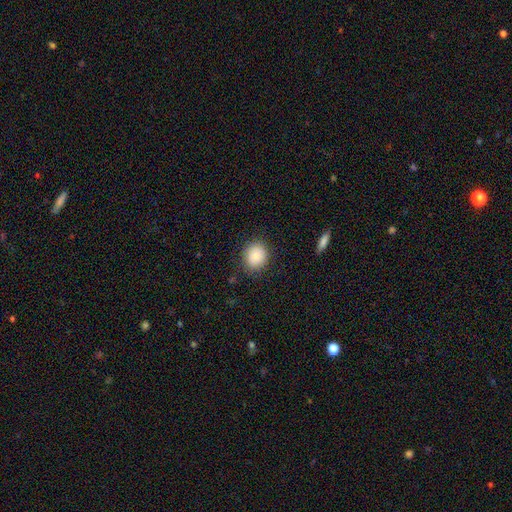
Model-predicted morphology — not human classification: smooth_or_featured: smooth (p=0.85) [alt: star or artifact p=0.08]
how_rounded: round (p=0.77) [alt: in between p=0.22]
merging: none (p=0.85) [alt: minor disturbance p=0.11]